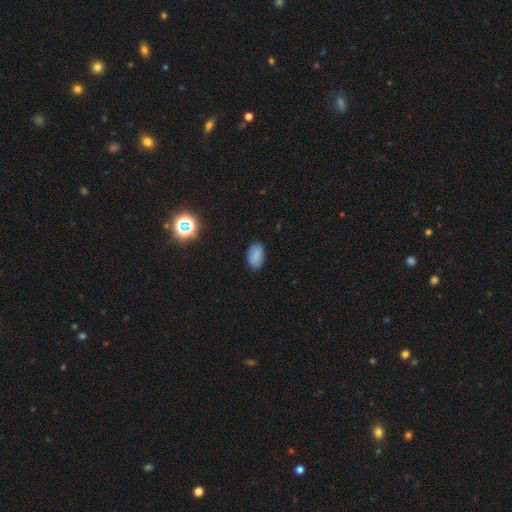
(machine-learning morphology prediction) smooth 84%, star or artifact 11%, featured or disk 6%. Down the decision tree: how rounded — in between (92%); merging — none (85%).